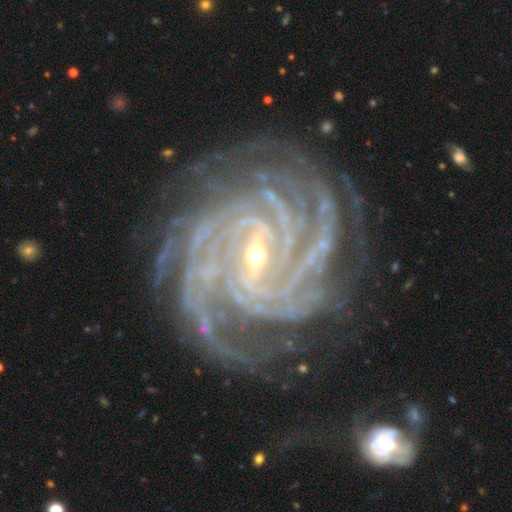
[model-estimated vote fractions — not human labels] smooth-or-featured: featured or disk: 94% | star or artifact: 4% | smooth: 2%
  disk-edge-on: no: 98% | yes: 2%
    bar: strong: 42% (tied) | weak: 42% (tied) | no: 16%
    has-spiral-arms: yes: 99% | no: 1%
      spiral-winding: tight: 82% | medium: 16% | loose: 2%
      spiral-arm-count: 4: 32% | more than 4: 31% | can't tell: 11% | 3: 11% | 2: 8% | 1: 7%
    bulge-size: small: 69% | moderate: 27% | large: 1% | none: 1% | dominant: 1%
  merging: none: 78% | minor disturbance: 14% | major disturbance: 6% | merger: 2%